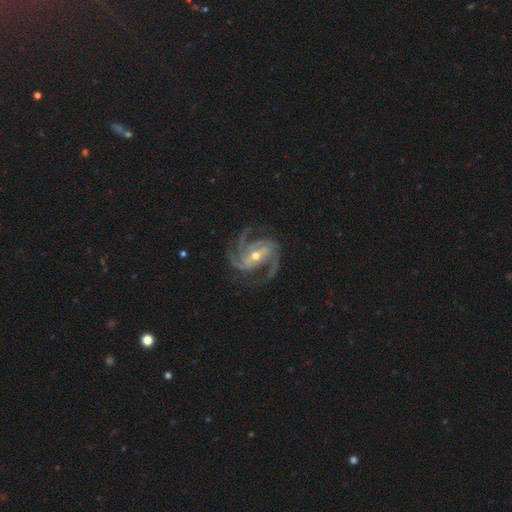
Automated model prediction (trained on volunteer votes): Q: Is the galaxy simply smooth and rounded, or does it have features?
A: featured or disk — 93%.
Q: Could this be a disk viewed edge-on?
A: no — 98%.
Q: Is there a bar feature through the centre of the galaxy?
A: strong — 44%.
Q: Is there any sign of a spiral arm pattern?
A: yes — 99%.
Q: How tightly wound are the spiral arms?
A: medium — 55%.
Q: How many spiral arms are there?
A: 3 — 52%.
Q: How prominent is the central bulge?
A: moderate — 57%.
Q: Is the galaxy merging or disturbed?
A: none — 73%.